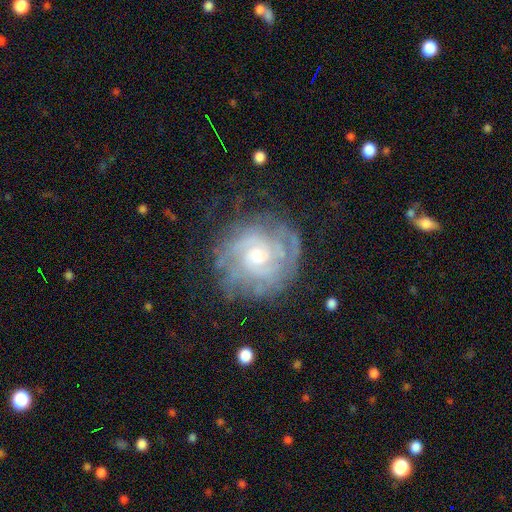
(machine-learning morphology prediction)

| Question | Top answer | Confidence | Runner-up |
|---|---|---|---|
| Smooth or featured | featured or disk | 80% | smooth (13%) |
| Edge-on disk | no | 97% | yes (3%) |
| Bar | no | 69% | weak (26%) |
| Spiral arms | yes | 87% | no (13%) |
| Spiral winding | tight | 65% | medium (26%) |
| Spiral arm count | can't tell | 46% | 2 (23%) |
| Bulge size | moderate | 53% | small (40%) |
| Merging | none | 71% | minor disturbance (18%) |